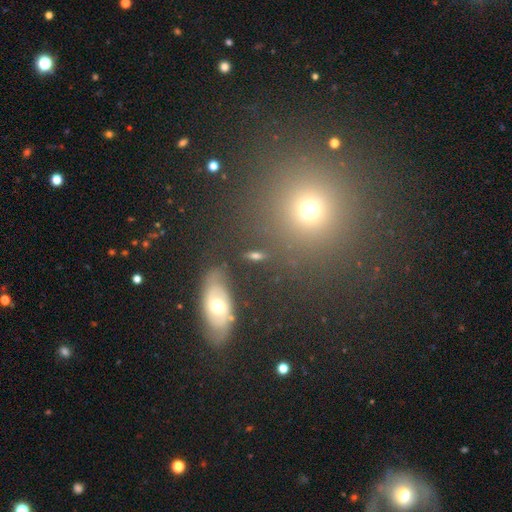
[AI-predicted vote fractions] Q: Smooth or featured?
A: smooth (56%); runner-up: featured or disk (24%)
Q: How rounded?
A: in between (59%); runner-up: round (21%)
Q: Merging?
A: none (74%); runner-up: minor disturbance (13%)